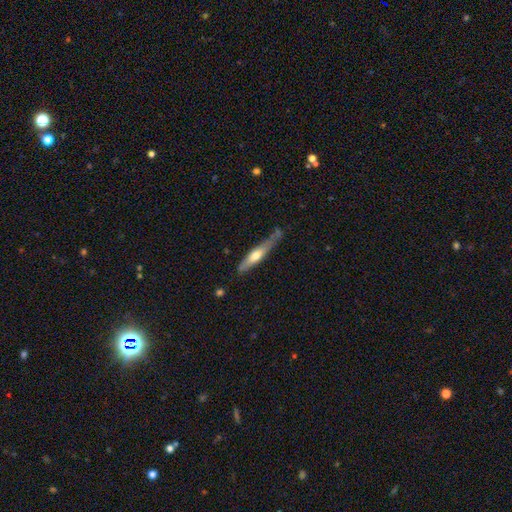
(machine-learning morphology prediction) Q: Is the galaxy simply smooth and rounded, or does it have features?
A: smooth — 50%.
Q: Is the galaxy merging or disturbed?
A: none — 61%.